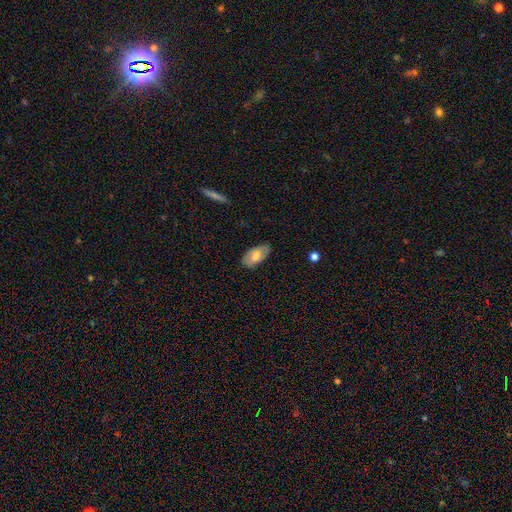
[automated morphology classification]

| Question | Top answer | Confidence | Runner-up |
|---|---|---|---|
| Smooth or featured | smooth | 64% | featured or disk (29%) |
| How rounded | in between | 94% | round (3%) |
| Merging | none | 78% | minor disturbance (17%) |